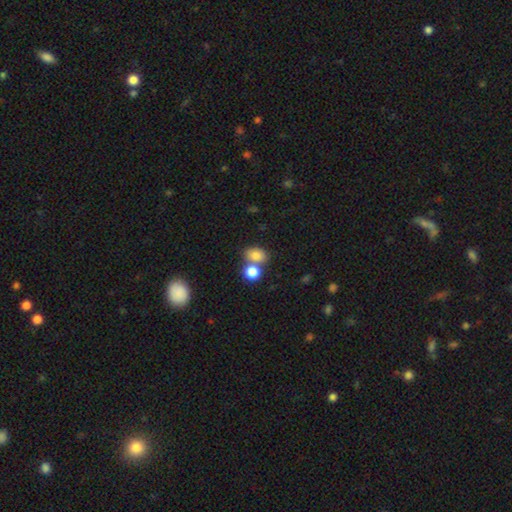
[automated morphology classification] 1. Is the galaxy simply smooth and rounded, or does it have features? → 80% smooth, 11% star or artifact, 9% featured or disk.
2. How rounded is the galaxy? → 60% in between, 39% round, 1% cigar-shaped.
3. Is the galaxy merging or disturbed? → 49% none, 37% merger, 10% minor disturbance, 4% major disturbance.